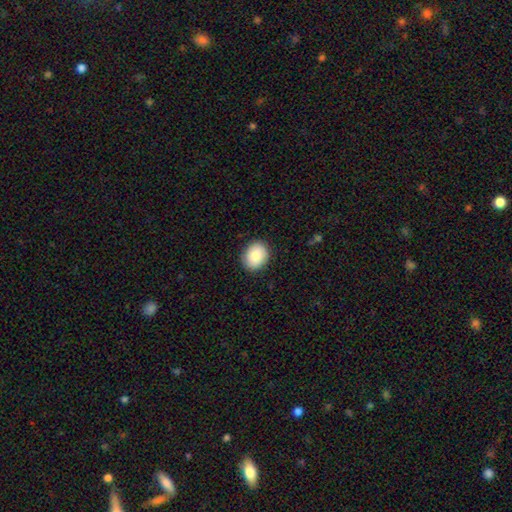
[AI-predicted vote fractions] Smooth or featured? Predicted: smooth (p=0.85). How rounded? Predicted: round (p=0.50). Merging? Predicted: none (p=0.88).